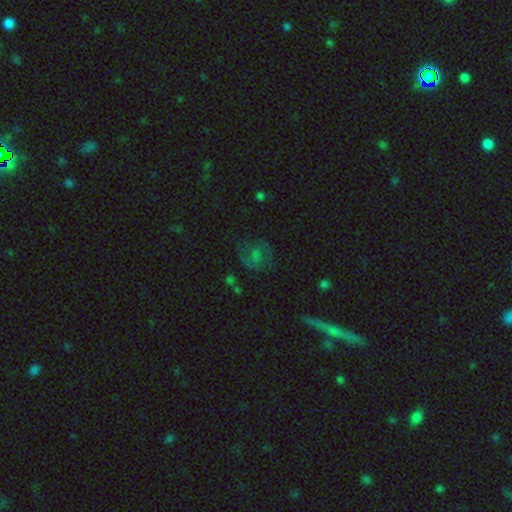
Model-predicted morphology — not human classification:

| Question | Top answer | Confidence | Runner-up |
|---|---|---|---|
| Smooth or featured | featured or disk | 43% | smooth (37%) |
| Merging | none | 56% | major disturbance (21%) |